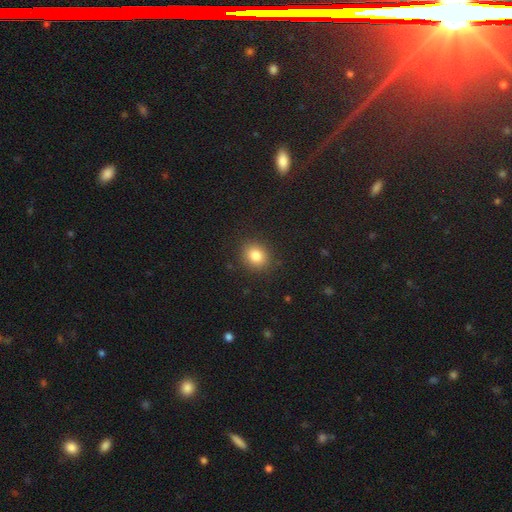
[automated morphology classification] Smooth or featured? Predicted: smooth (p=0.82). How rounded? Predicted: round (p=0.70). Merging? Predicted: none (p=0.89).